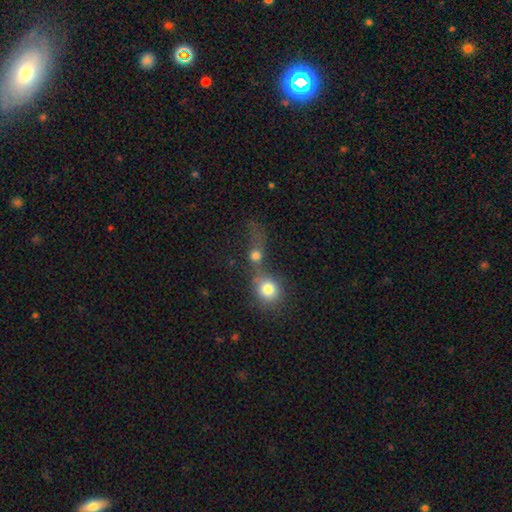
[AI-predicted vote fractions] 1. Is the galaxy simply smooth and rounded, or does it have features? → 73% smooth, 15% star or artifact, 13% featured or disk.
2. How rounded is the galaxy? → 74% round, 23% in between, 3% cigar-shaped.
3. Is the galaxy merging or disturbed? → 61% merger, 23% none, 9% major disturbance, 7% minor disturbance.